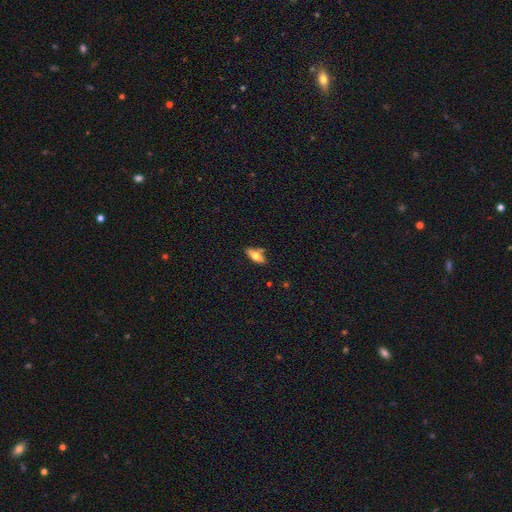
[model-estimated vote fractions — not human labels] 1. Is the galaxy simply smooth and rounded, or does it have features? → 60% smooth, 33% featured or disk, 7% star or artifact.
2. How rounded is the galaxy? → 70% in between, 27% cigar-shaped, 3% round.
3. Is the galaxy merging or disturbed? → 69% none, 17% minor disturbance, 9% merger, 5% major disturbance.